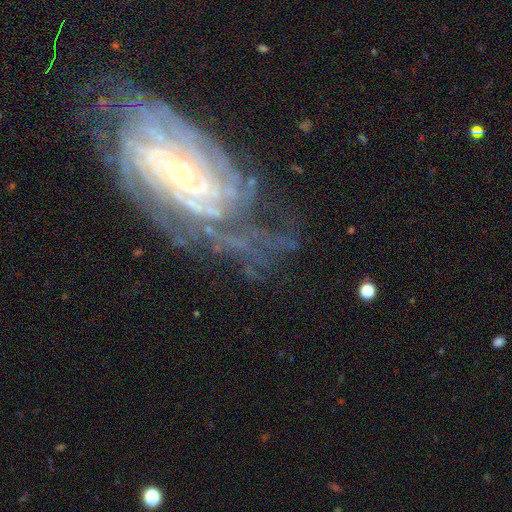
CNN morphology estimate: A featured or disk galaxy (87%) with no bar (53%), tight (75%) spiral arms (97%) and a small central bulge (71%).

Vote fractions:
- Smooth or featured? featured or disk: 87% / star or artifact: 8% / smooth: 5%
- Edge-on disk? no: 95% / yes: 5%
- Bar? no: 53% / weak: 31% / strong: 16%
- Spiral arms? yes: 97% / no: 3%
- Spiral winding? tight: 75% / medium: 20% / loose: 5%
- Spiral arm count? can't tell: 31% / more than 4: 20% / 4: 18% / 2: 12% / 3: 11% / 1: 7%
- Bulge size? small: 71% / moderate: 22% / none: 3% / large: 2% / dominant: 1%
- Merging? none: 63% / minor disturbance: 19% / major disturbance: 15% / merger: 3%